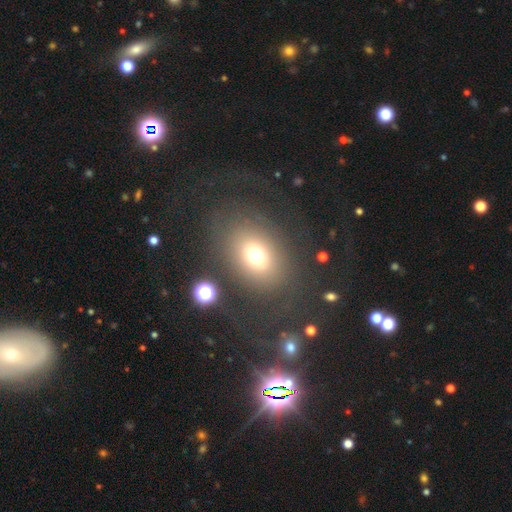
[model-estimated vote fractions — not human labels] smooth 68%, star or artifact 16%, featured or disk 15%. Down the decision tree: how rounded — in between (61%); merging — none (73%).